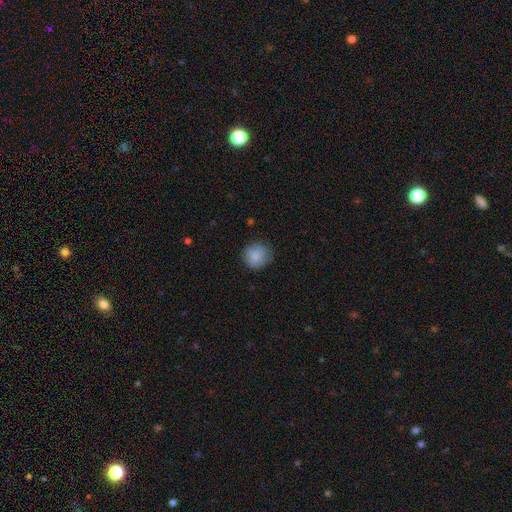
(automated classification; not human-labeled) This appears to be a smooth galaxy with no disk features (86%) that is round (89%). Merging: none (80%).